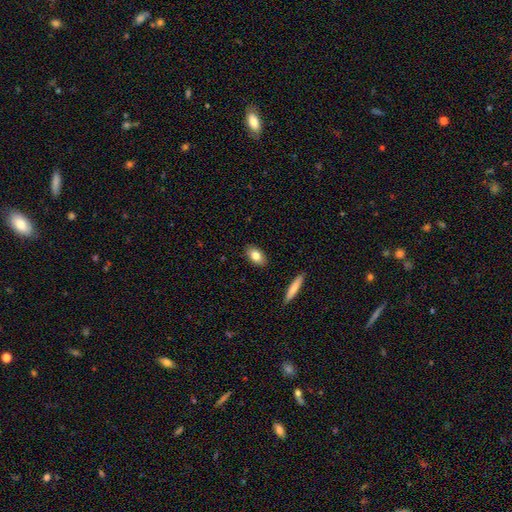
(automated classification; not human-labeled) A smooth galaxy with no disk features (79%) that is in between round and cigar-shaped (87%). Merging: none (88%).